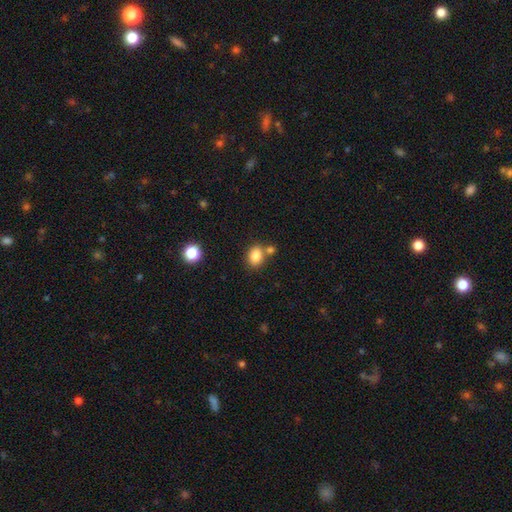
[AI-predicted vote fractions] The model was most divided on "how rounded": in between: 57%, round: 42%, cigar-shaped: 1%. More confident: smooth or featured — smooth (84%); merging — none (62%).